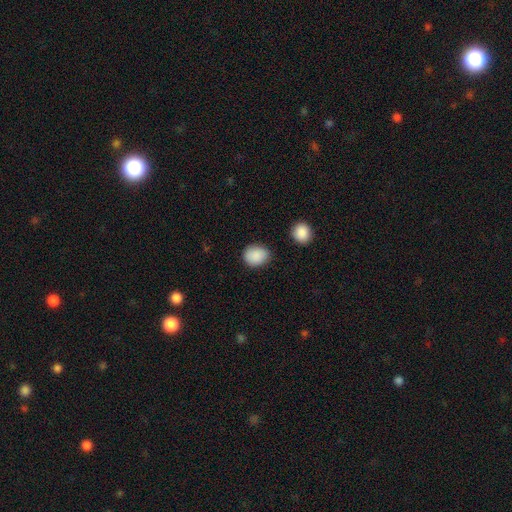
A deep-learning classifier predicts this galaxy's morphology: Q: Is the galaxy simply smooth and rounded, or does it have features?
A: smooth — 89%.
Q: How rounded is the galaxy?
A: round — 53%.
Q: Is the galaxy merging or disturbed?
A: none — 80%.